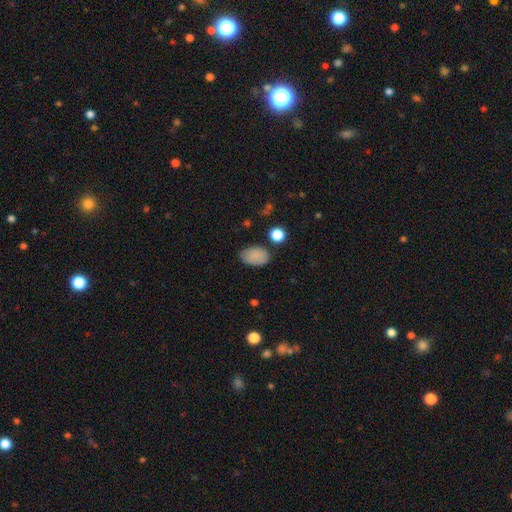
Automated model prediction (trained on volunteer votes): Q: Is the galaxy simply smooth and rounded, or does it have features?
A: smooth — 85%.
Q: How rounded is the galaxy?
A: in between — 90%.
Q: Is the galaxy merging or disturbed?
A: none — 75%.